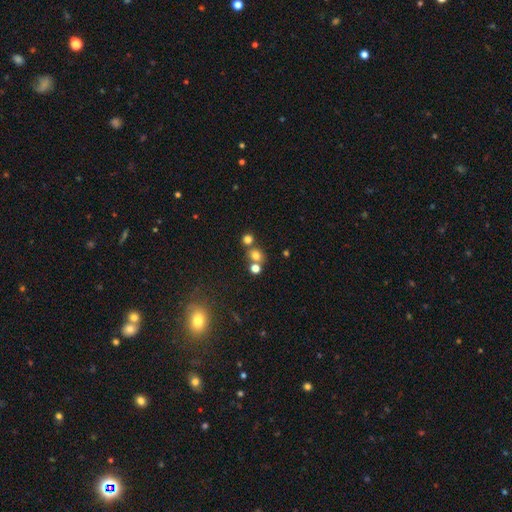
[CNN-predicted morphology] Q: Smooth or featured?
A: smooth (72%); runner-up: star or artifact (18%)
Q: How rounded?
A: round (76%); runner-up: in between (23%)
Q: Merging?
A: none (60%); runner-up: merger (28%)